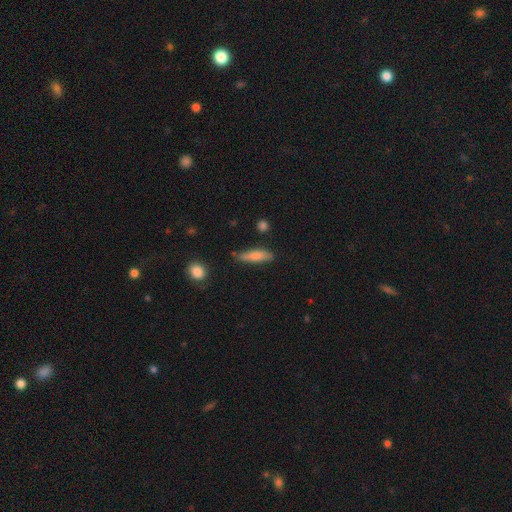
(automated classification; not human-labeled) A smooth galaxy with no disk features (76%) that is cigar-shaped (66%).

Vote fractions:
- Smooth or featured? smooth: 76% / featured or disk: 18% / star or artifact: 7%
- How rounded? cigar-shaped: 66% / in between: 32% / round: 2%
- Merging? none: 73% / minor disturbance: 19% / major disturbance: 4% / merger: 4%